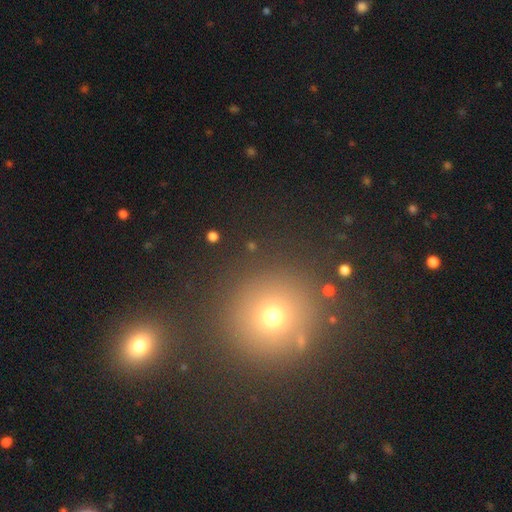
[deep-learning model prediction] Q: Smooth or featured?
A: smooth (59%); runner-up: star or artifact (31%)
Q: How rounded?
A: round (92%); runner-up: in between (7%)
Q: Merging?
A: none (83%); runner-up: merger (7%)